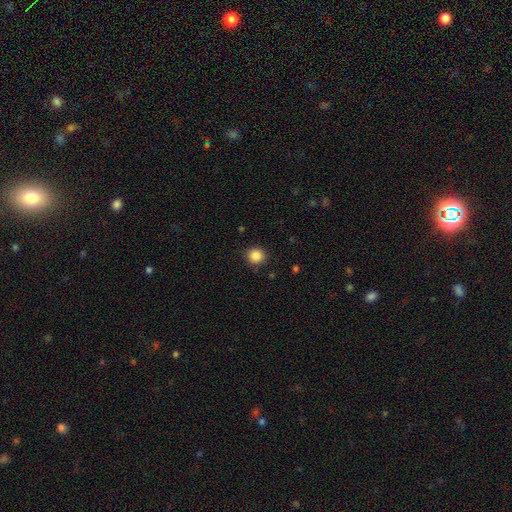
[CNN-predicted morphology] This is clearly a smooth galaxy (86%). How rounded: clearly round (92%). Merging: clearly none (89%).